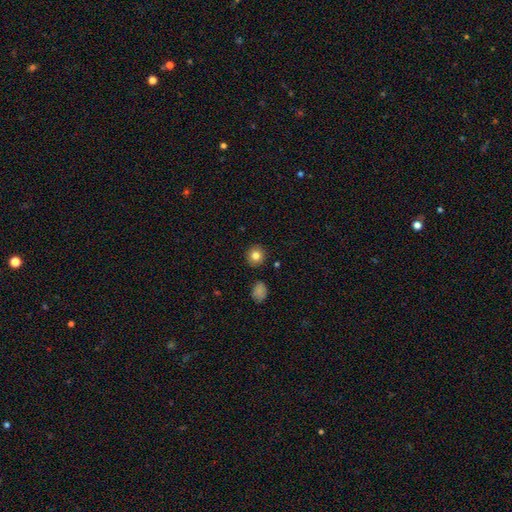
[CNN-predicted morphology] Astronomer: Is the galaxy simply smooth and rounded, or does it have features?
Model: smooth — 82%.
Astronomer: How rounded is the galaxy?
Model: round — 91%.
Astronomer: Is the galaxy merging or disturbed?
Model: none — 90%.